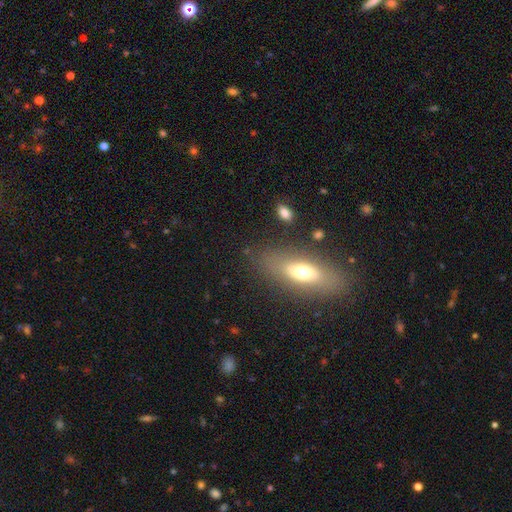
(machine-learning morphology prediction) Overall: smooth (58%; featured or disk 32%). How rounded: in between (61%; cigar-shaped 33%). Merging: none (84%).